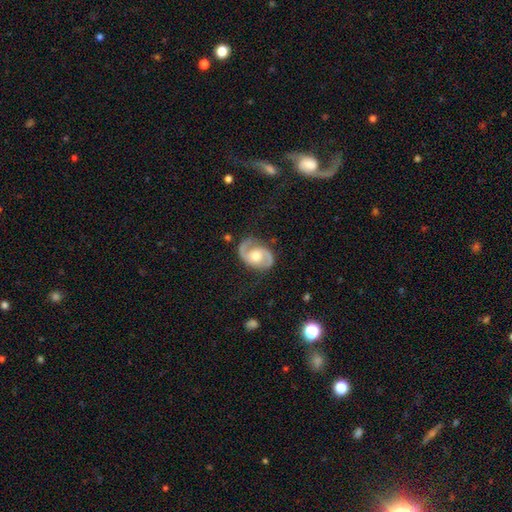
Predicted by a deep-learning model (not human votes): Q: Smooth or featured?
A: featured or disk (88%); runner-up: smooth (7%)
Q: Edge-on disk?
A: no (98%); runner-up: yes (2%)
Q: Bar?
A: no (61%); runner-up: weak (31%)
Q: Spiral arms?
A: yes (96%); runner-up: no (4%)
Q: Spiral winding?
A: medium (56%); runner-up: tight (25%)
Q: Spiral arm count?
A: 2 (92%); runner-up: 1 (2%)
Q: Bulge size?
A: moderate (72%); runner-up: small (18%)
Q: Merging?
A: none (78%); runner-up: minor disturbance (15%)